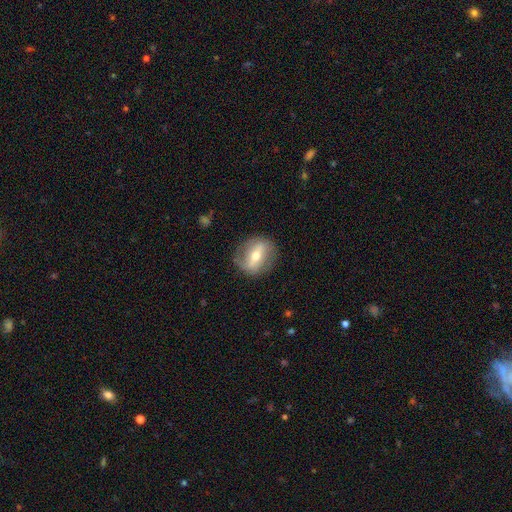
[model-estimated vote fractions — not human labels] smooth-or-featured: featured or disk: 63% | smooth: 30% | star or artifact: 7%
  disk-edge-on: no: 84% | yes: 16%
    bar: strong: 58% | weak: 27% | no: 15%
    has-spiral-arms: no: 56% | yes: 44%
    bulge-size: moderate: 66% | small: 27% | large: 5% | dominant: 1% | none: 1%
  merging: none: 81% | minor disturbance: 13% | major disturbance: 5% | merger: 1%